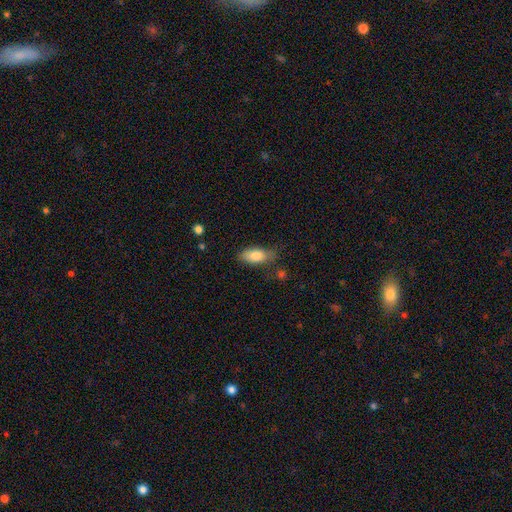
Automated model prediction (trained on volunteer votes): The model was most divided on "merging": none: 66%, minor disturbance: 25%, major disturbance: 6%, merger: 3%. More confident: how rounded — in between (86%); smooth or featured — smooth (81%).